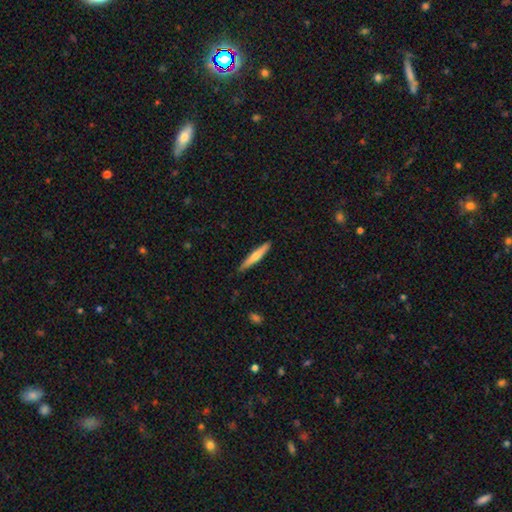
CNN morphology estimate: smooth_or_featured: smooth (p=0.60) [alt: featured or disk p=0.35]
how_rounded: cigar-shaped (p=0.93) [alt: in between p=0.06]
merging: none (p=0.87) [alt: minor disturbance p=0.10]